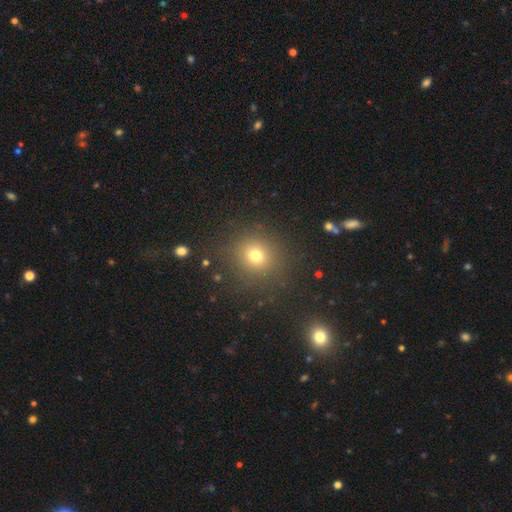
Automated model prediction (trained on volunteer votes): A smooth galaxy with no disk features (74%) that is round (85%). Merging: none (87%).